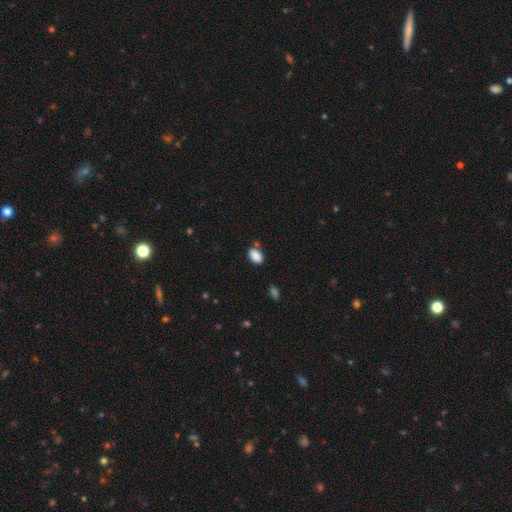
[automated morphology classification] Smooth or featured? Predicted: smooth (p=0.88). How rounded? Predicted: in between (p=0.89). Merging? Predicted: none (p=0.73).